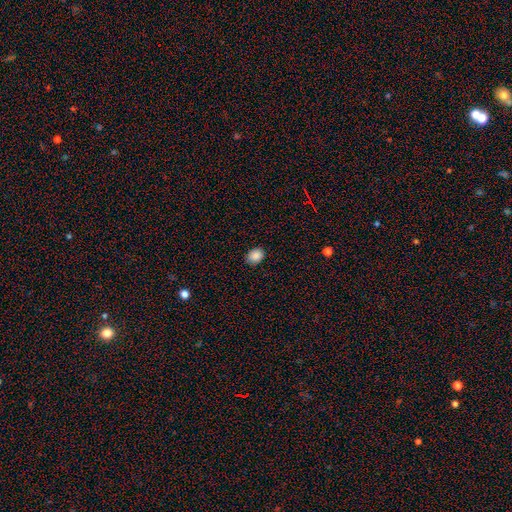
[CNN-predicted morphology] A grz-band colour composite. It shows a smooth galaxy with no disk features (88%) that is in between round and cigar-shaped (54%). Merging: none (87%).